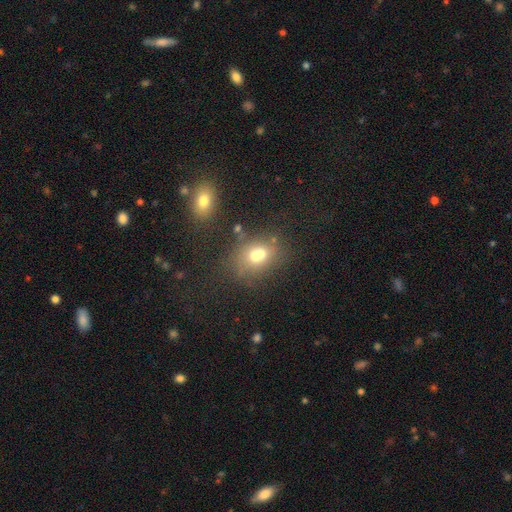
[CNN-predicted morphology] This appears to be a smooth galaxy with no disk features (67%) that is in between round and cigar-shaped (56%). Merging: merger (43%).